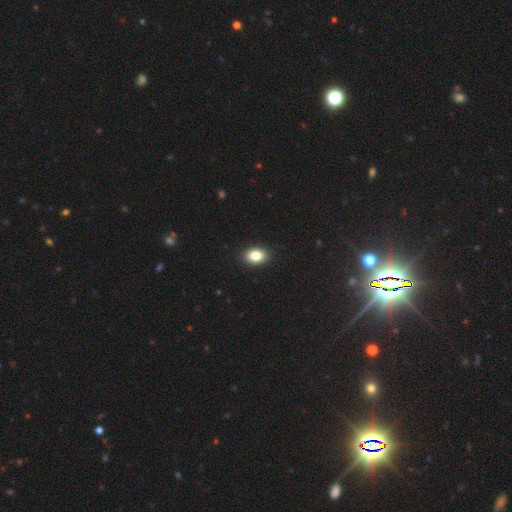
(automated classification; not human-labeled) Overall: smooth (84%). How rounded: in between (79%). Merging: none (91%).